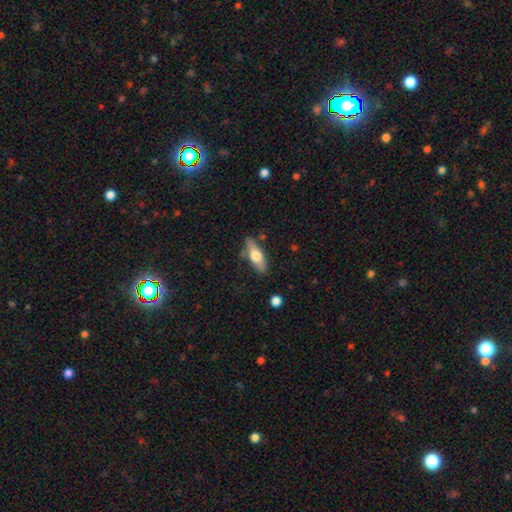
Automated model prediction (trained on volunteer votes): Morphology: type=smooth (56%); roundness=in between (57%); merging=none (78%).